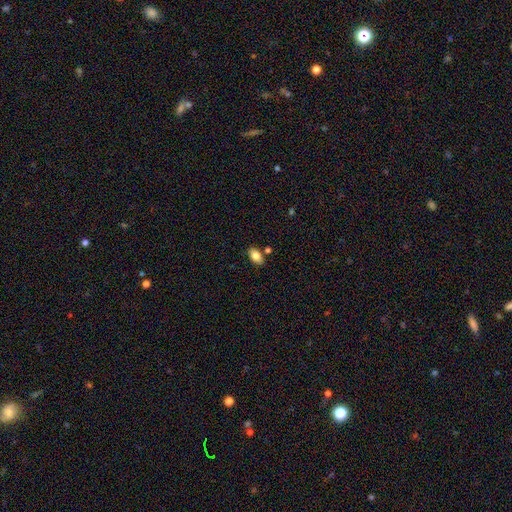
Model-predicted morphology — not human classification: type=smooth (82%); roundness=in between (90%); merging=none (77%).